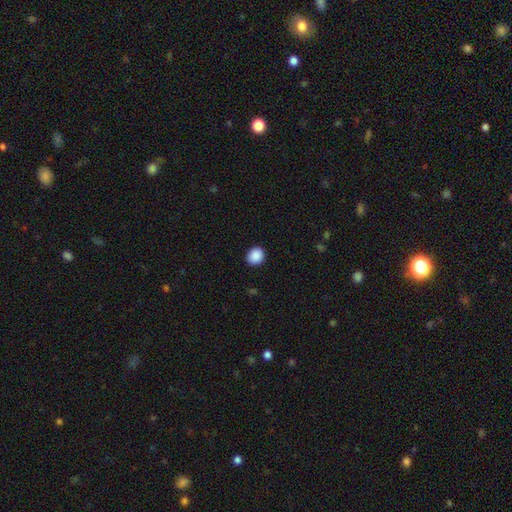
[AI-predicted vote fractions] Smooth or featured? Predicted: smooth (p=0.89). How rounded? Predicted: round (p=0.70). Merging? Predicted: none (p=0.90).